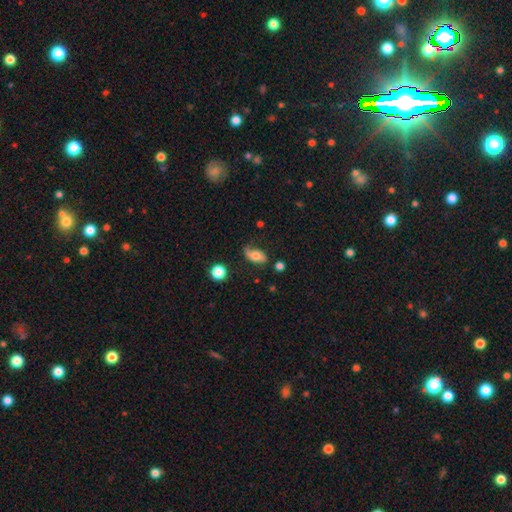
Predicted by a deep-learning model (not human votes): This is possibly a smooth galaxy (54%). How rounded: clearly in between (87%). Merging: possibly none (49%).